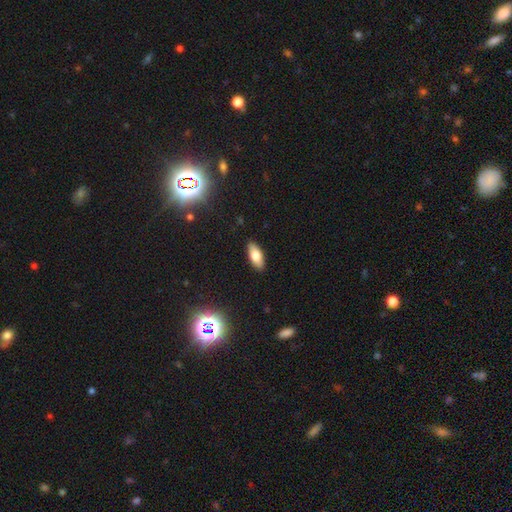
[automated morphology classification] A smooth galaxy with no disk features (74%) that is in between round and cigar-shaped (81%). Merging: none (89%).